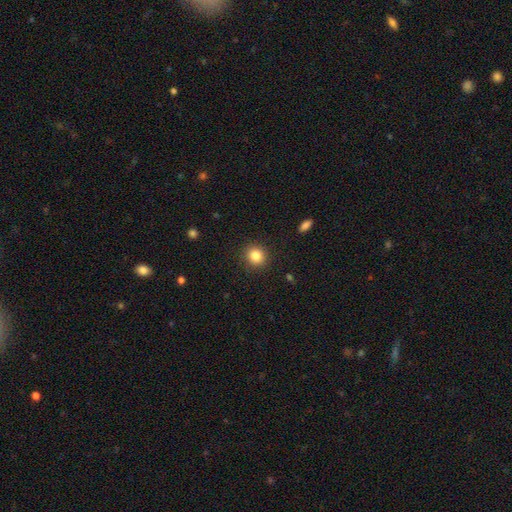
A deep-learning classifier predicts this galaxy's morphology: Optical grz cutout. It shows a smooth galaxy with no disk features (84%) that is round (88%). Merging: none (90%).